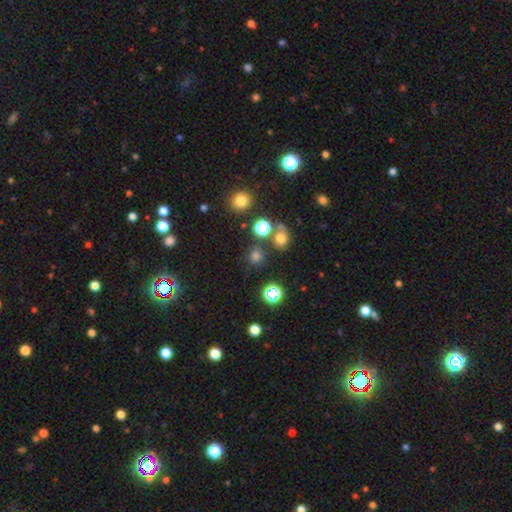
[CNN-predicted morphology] This is likely a smooth galaxy (67%). How rounded: clearly round (86%). Merging: likely none (76%).